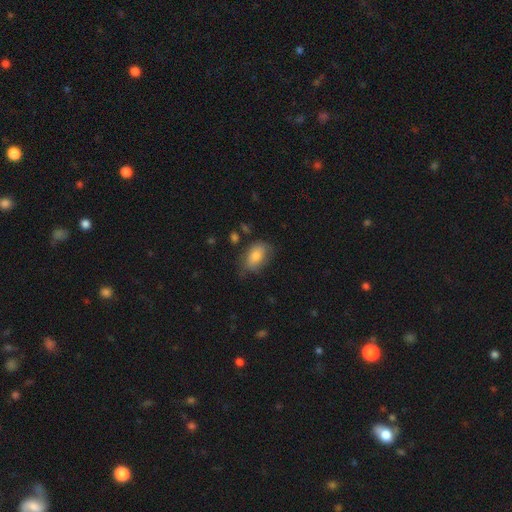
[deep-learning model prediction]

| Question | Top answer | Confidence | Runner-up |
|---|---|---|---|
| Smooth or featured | smooth | 75% | featured or disk (18%) |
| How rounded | in between | 86% | round (12%) |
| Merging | none | 56% | minor disturbance (30%) |